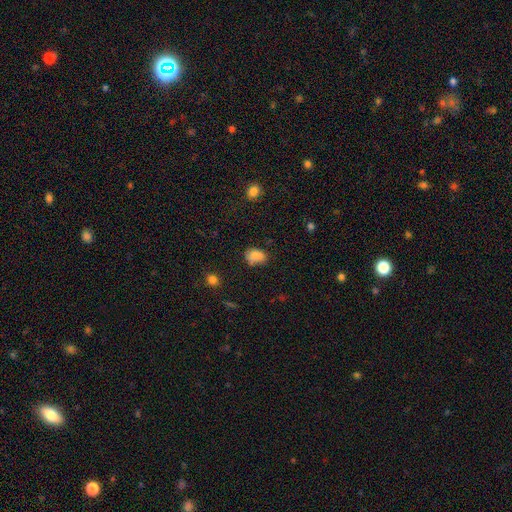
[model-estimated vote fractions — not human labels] smooth 78%, star or artifact 12%, featured or disk 11%. Down the decision tree: how rounded — in between (67%); merging — none (48%).